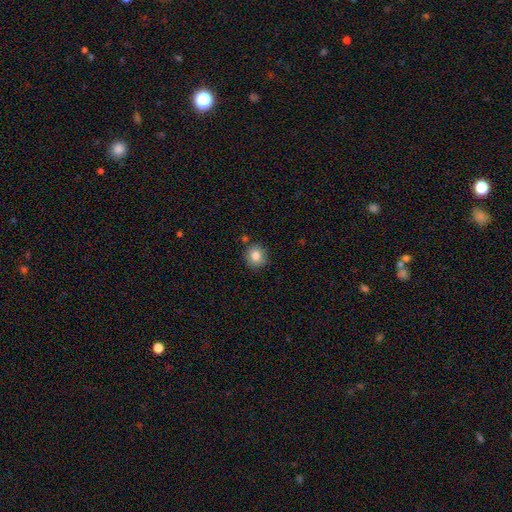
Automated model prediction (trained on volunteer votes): Smooth or featured: smooth — 82% (star or artifact — 10%)
How rounded: round — 89% (in between — 10%)
Merging: none — 84% (minor disturbance — 10%)